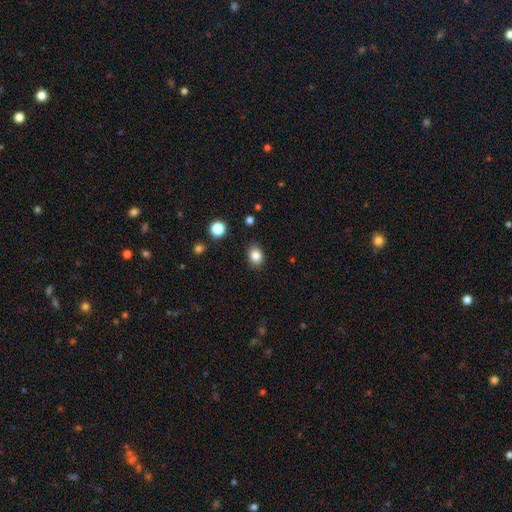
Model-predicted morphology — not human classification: Smooth or featured? smooth (84%)
How rounded? in between (52%)
Merging? none (85%)